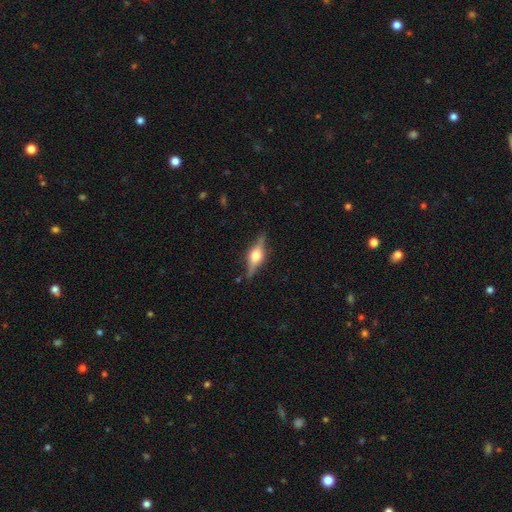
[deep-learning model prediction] featured or disk 75%, smooth 18%, star or artifact 7%. Down the decision tree: edge-on disk — yes (97%); edge-on bulge — rounded (90%); merging — none (85%).